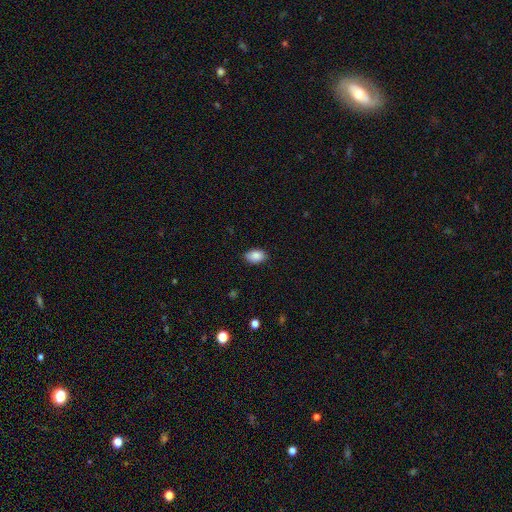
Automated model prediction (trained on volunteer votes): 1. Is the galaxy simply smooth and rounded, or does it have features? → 88% smooth, 7% star or artifact, 5% featured or disk.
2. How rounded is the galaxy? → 90% in between, 9% round, 1% cigar-shaped.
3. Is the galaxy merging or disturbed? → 85% none, 12% minor disturbance, 2% major disturbance, 1% merger.